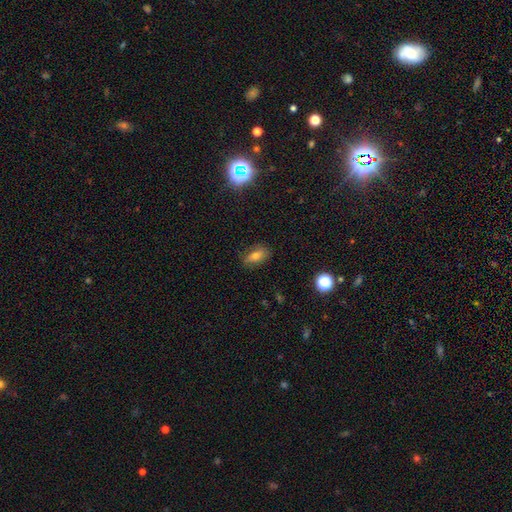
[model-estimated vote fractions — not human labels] Overall: smooth (66%). How rounded: in between (83%). Merging: none (77%).